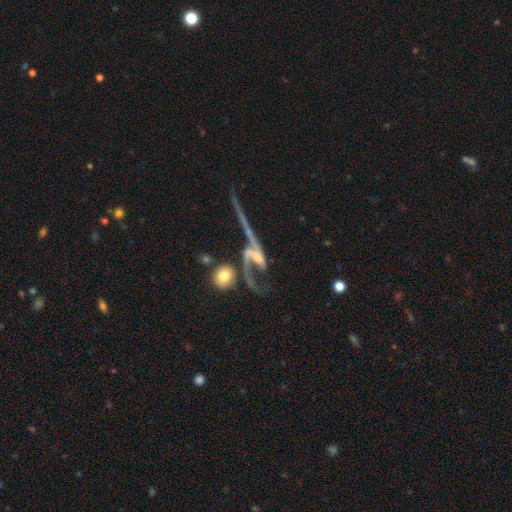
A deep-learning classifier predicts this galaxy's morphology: Smooth or featured? Predicted: featured or disk (p=0.79). Edge-on disk? Predicted: no (p=0.85). Bar? Predicted: no (p=0.45). Spiral arms? Predicted: yes (p=0.81). Spiral winding? Predicted: loose (p=0.80). Spiral arm count? Predicted: 2 (p=0.79). Bulge size? Predicted: moderate (p=0.33). Merging? Predicted: major disturbance (p=0.35).